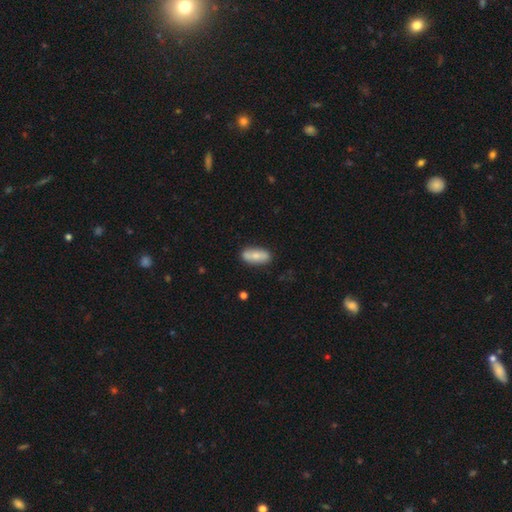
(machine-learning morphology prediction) Smooth or featured: smooth — 60% (featured or disk — 34%)
How rounded: in between — 78% (cigar-shaped — 18%)
Merging: none — 81% (minor disturbance — 13%)